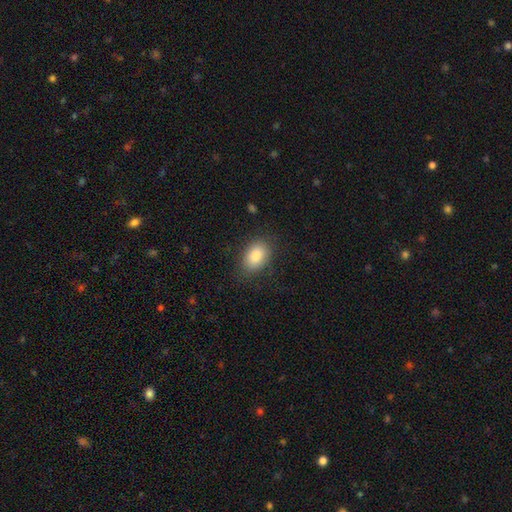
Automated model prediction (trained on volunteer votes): Q: Smooth or featured?
A: smooth (83%); runner-up: featured or disk (9%)
Q: How rounded?
A: in between (85%); runner-up: round (14%)
Q: Merging?
A: none (82%); runner-up: minor disturbance (13%)